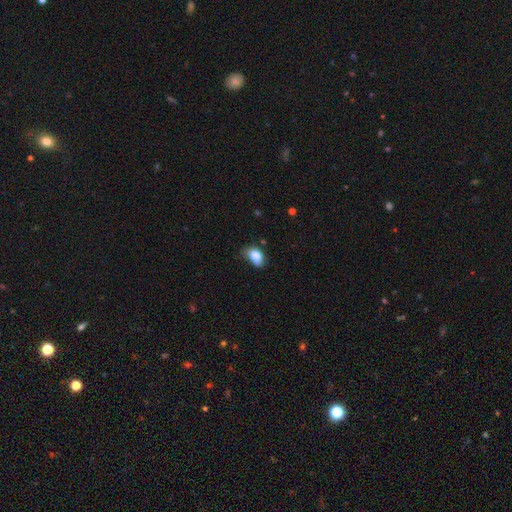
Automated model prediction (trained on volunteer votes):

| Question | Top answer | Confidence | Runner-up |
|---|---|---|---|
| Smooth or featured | smooth | 80% | featured or disk (11%) |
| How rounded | in between | 81% | round (18%) |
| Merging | none | 43% | minor disturbance (40%) |